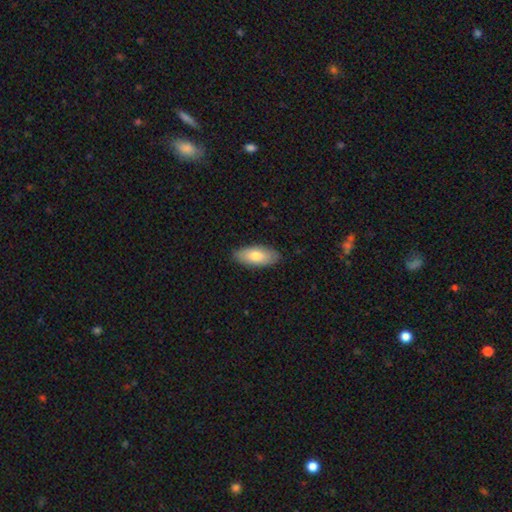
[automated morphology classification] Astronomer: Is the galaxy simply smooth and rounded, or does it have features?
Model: smooth — 77%.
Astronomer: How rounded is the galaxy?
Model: in between — 88%.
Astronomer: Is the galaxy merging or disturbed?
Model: none — 87%.